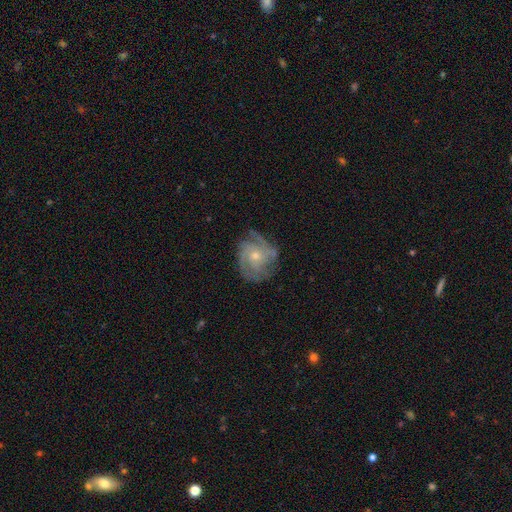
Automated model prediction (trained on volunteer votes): A featured or disk galaxy (80%) with no bar (77%), 3 (32%) tight (48%) spiral arms (94%) and a small central bulge (62%). Merging: none (68%).